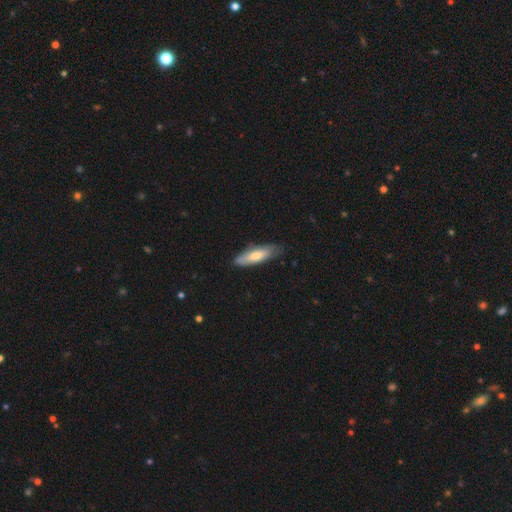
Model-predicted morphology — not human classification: A smooth galaxy with no disk features (68%) that is cigar-shaped (50%). Merging: none (75%).